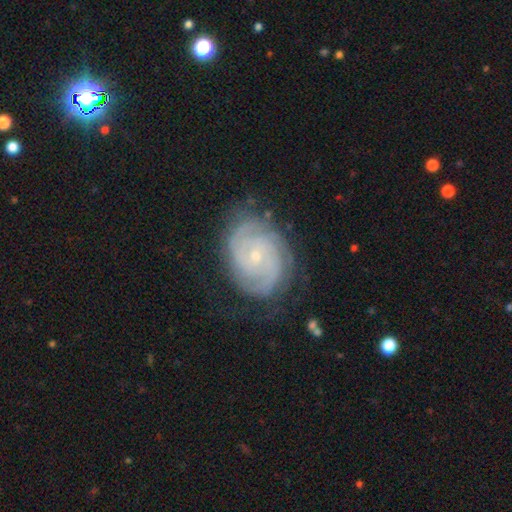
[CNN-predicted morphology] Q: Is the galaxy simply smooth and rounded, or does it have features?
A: featured or disk — 87%.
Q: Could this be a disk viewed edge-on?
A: no — 97%.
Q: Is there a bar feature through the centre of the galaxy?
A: no — 72%.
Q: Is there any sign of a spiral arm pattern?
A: yes — 97%.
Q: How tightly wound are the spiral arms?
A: tight — 74%.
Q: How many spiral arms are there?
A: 2 — 33%.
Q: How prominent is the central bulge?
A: small — 78%.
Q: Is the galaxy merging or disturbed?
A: none — 77%.